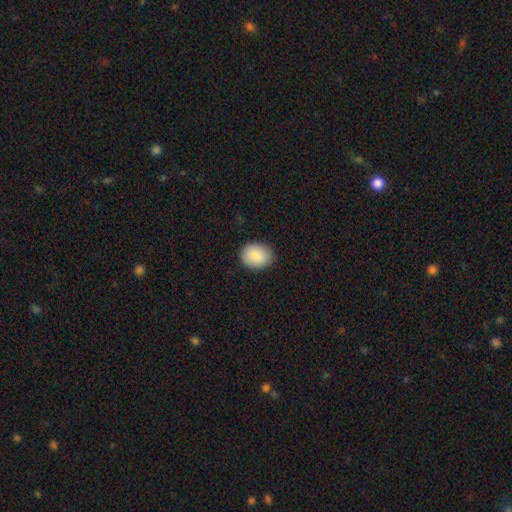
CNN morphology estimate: Smooth or featured: smooth — 87% (star or artifact — 7%)
How rounded: in between — 61% (round — 38%)
Merging: none — 88% (minor disturbance — 9%)